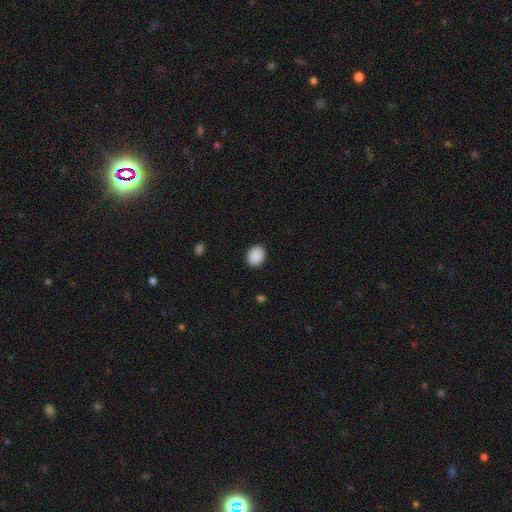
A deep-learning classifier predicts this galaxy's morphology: A smooth galaxy with no disk features (90%) that is in between round and cigar-shaped (54%).

Vote fractions:
- Smooth or featured? smooth: 90% / star or artifact: 8% / featured or disk: 2%
- How rounded? in between: 54% / round: 45% / cigar-shaped: 1%
- Merging? none: 90% / minor disturbance: 7% / major disturbance: 2% / merger: 1%